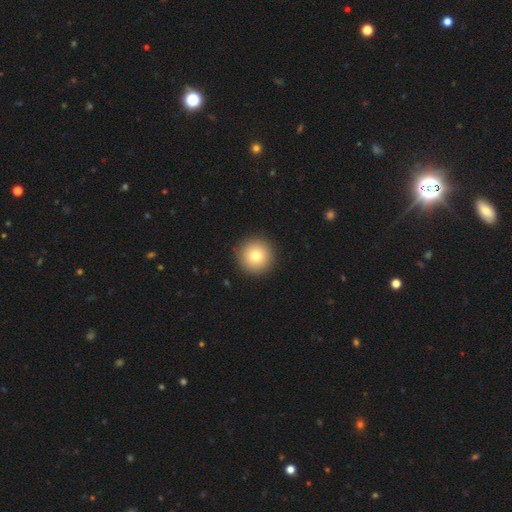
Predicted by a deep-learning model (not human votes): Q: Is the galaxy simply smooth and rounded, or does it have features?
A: smooth — 79%.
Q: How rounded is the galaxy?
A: round — 96%.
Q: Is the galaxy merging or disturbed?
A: none — 92%.